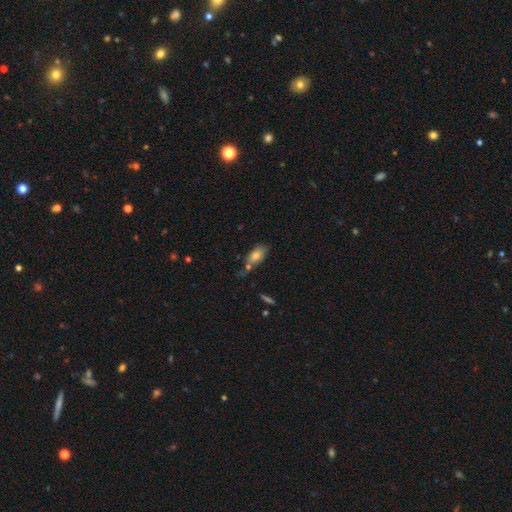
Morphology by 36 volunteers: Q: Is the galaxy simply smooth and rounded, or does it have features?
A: smooth — 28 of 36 (78%).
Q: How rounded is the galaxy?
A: in between — 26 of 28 (93%).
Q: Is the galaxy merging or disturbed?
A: none — 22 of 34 (65%).